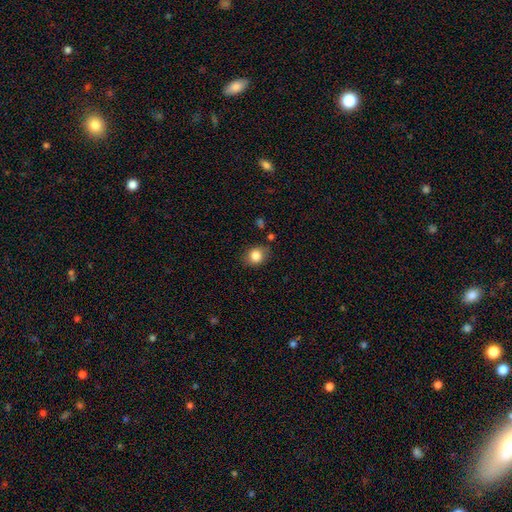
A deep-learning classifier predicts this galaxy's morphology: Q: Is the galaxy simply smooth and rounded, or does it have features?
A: smooth — 84%.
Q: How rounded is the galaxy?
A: round — 57%.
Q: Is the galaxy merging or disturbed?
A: none — 80%.